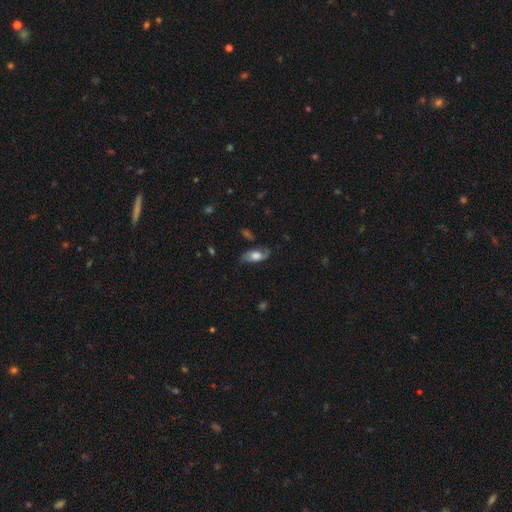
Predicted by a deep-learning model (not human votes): Q: Smooth or featured?
A: featured or disk (48%); runner-up: smooth (44%)
Q: Merging?
A: none (66%); runner-up: minor disturbance (23%)